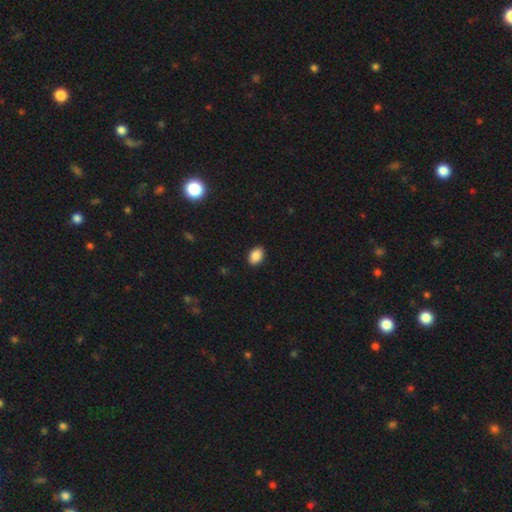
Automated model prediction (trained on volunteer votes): Smooth or featured? smooth (88%)
How rounded? in between (83%)
Merging? none (89%)